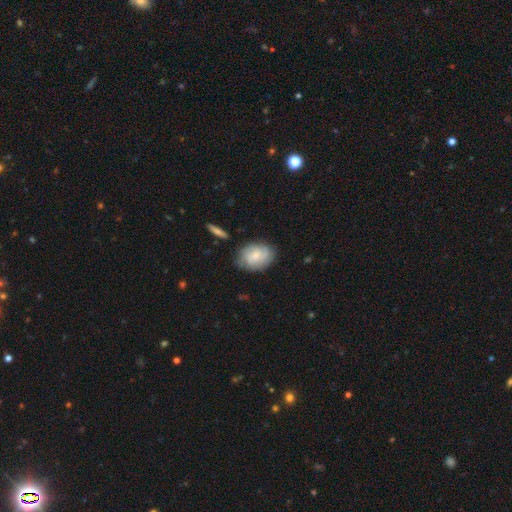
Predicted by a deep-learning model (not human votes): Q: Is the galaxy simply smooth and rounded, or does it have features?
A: featured or disk — 50%.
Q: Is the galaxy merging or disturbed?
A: none — 72%.